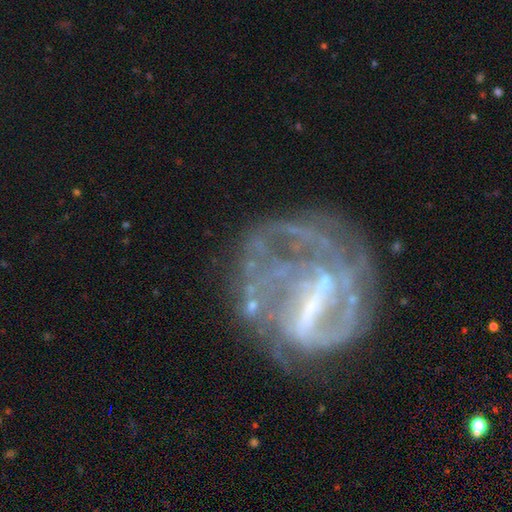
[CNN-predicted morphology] Smooth or featured: featured or disk — 84% (star or artifact — 9%)
Edge-on disk: no — 97% (yes — 3%)
Bar: strong — 50% (weak — 33%)
Spiral arms: yes — 82% (no — 18%)
Spiral winding: medium — 39% (tight — 38%)
Spiral arm count: can't tell — 32% (2 — 31%)
Bulge size: none — 46% (small — 30%)
Merging: none — 50% (major disturbance — 27%)